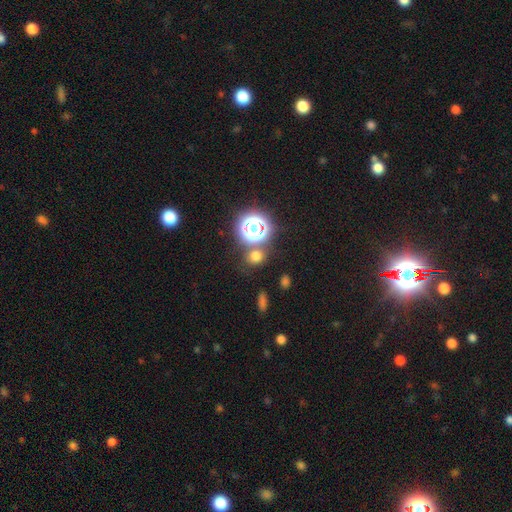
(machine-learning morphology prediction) This is likely a smooth galaxy (62%). How rounded: likely round (74%). Merging: likely none (74%).